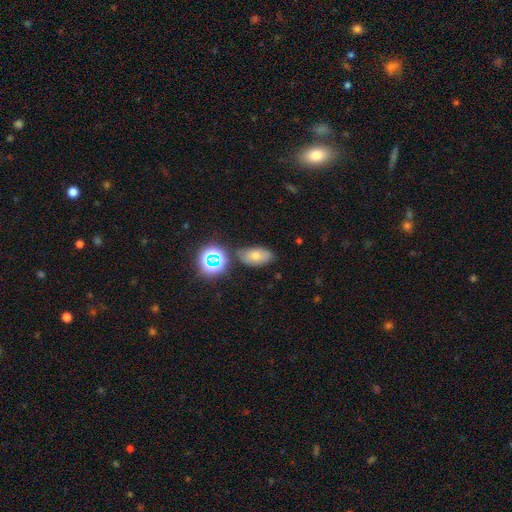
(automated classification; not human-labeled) smooth 56%, star or artifact 26%, featured or disk 18%. Down the decision tree: how rounded — in between (83%); merging — none (78%).